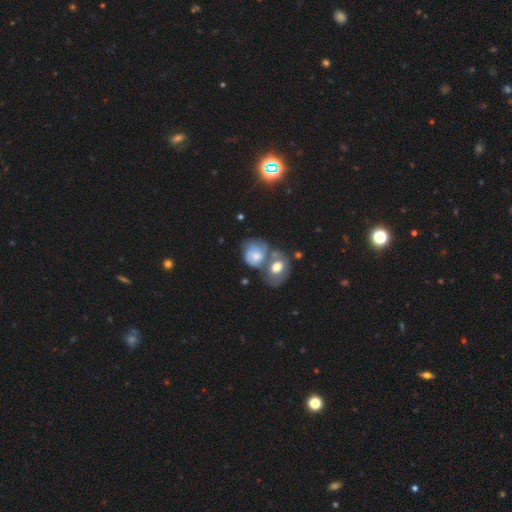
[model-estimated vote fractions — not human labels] Q: Smooth or featured?
A: smooth (46%); runner-up: featured or disk (39%)
Q: Merging?
A: merger (50%); runner-up: none (30%)